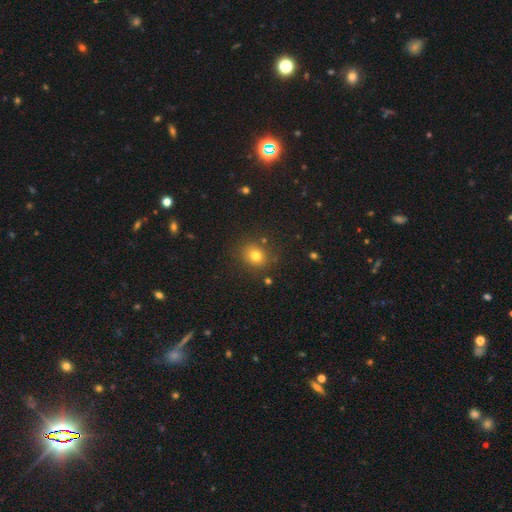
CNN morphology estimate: Smooth or featured? Predicted: smooth (p=0.77). How rounded? Predicted: round (p=0.73). Merging? Predicted: none (p=0.83).